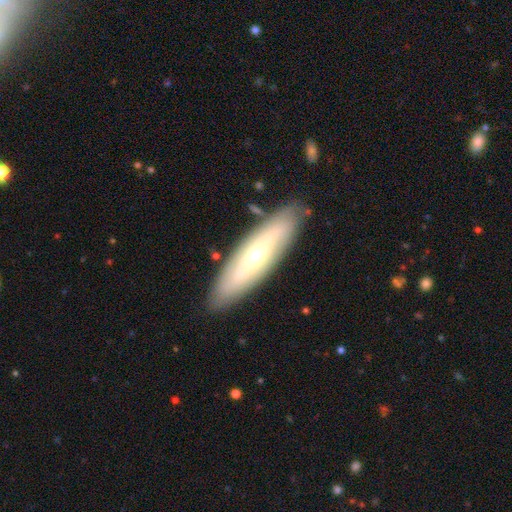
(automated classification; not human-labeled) A featured or disk galaxy (53%). Merging: none (84%).